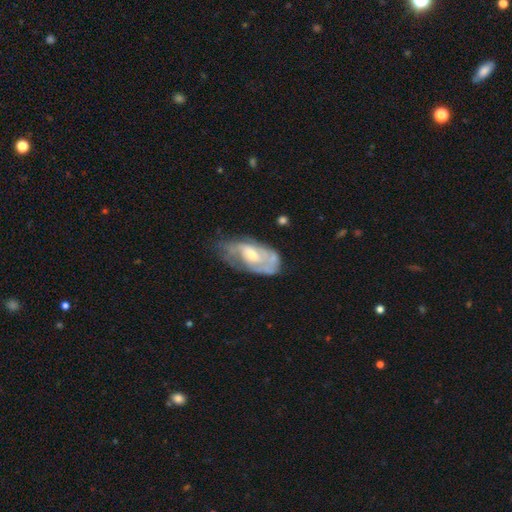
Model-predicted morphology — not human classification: type=featured or disk (66%); edge-on=no (92%); bar=no (66%); spiral arms=yes (68%); bulge=moderate (59%); merging=none (49%).